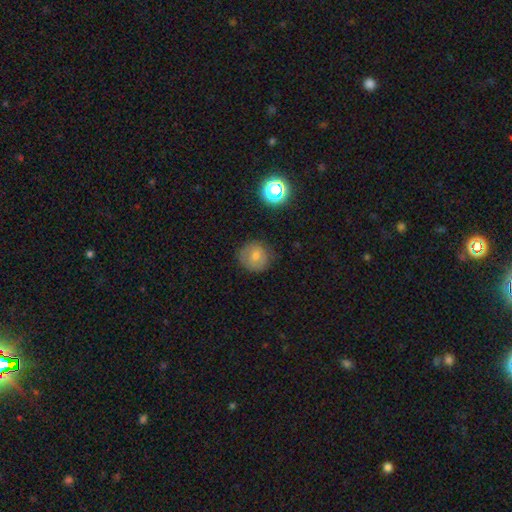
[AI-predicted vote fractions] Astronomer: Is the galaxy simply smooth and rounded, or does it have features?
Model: smooth — 71%.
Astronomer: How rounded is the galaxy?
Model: round — 91%.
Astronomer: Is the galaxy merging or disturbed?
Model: none — 82%.